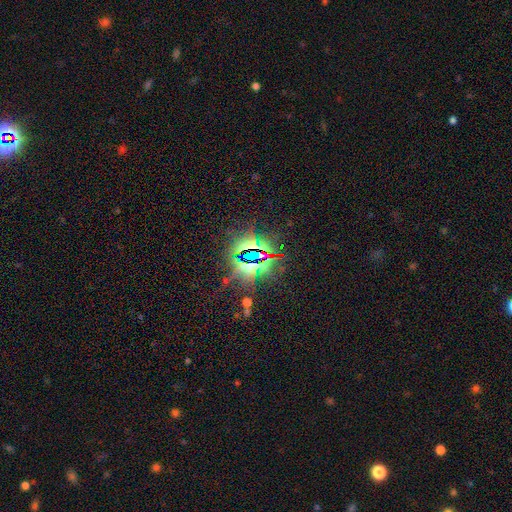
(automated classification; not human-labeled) smooth-or-featured: star or artifact: 81% | smooth: 9% | featured or disk: 9%